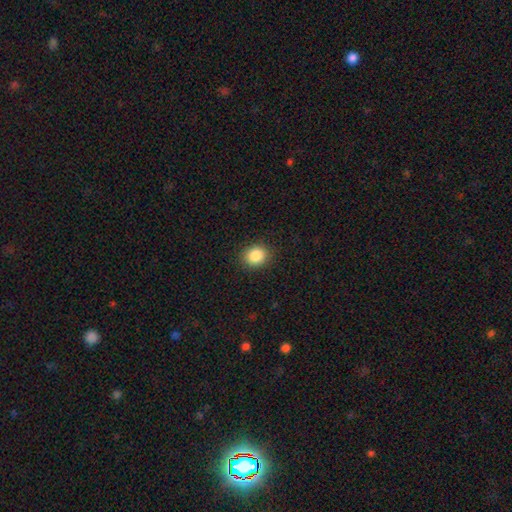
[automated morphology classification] type=smooth (87%); roundness=round (65%); merging=none (89%).